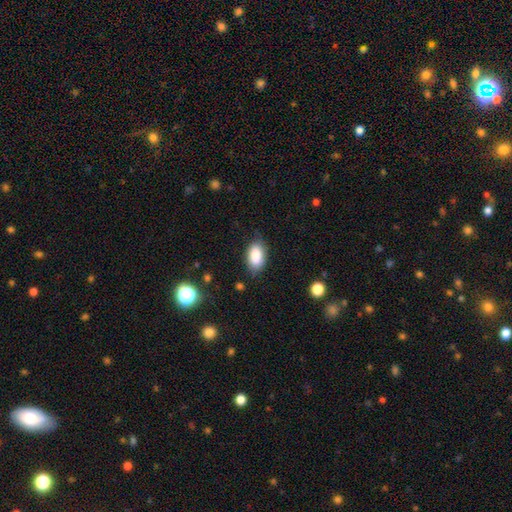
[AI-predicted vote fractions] This is clearly a smooth galaxy (86%). How rounded: clearly in between (93%). Merging: likely none (80%).